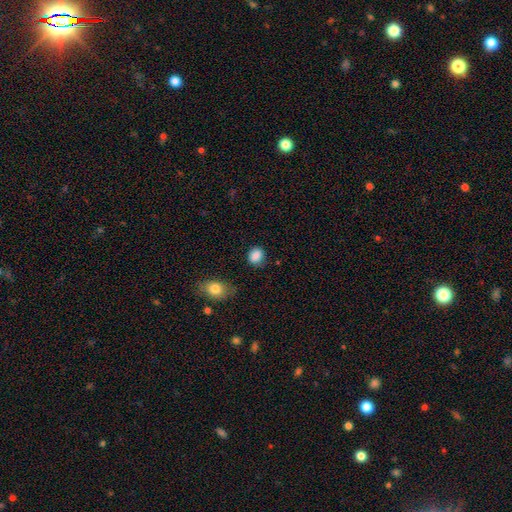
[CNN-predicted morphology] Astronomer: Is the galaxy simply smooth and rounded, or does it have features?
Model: smooth — 87%.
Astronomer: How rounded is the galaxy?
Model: round — 61% (runner-up: in between, 38%).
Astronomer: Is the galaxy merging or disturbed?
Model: none — 75%.